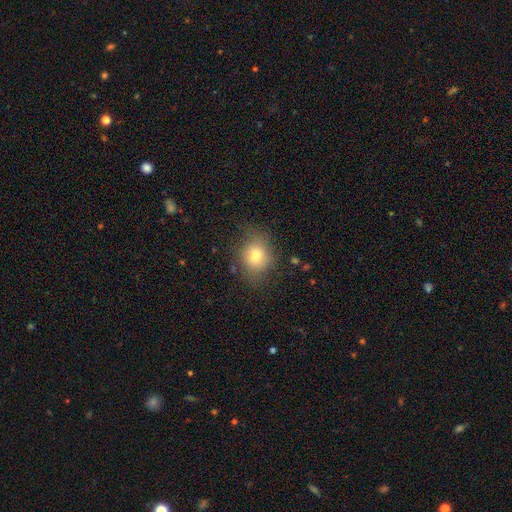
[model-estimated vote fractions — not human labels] A smooth galaxy with no disk features (74%) that is round (61%).

Vote fractions:
- Smooth or featured? smooth: 74% / featured or disk: 14% / star or artifact: 12%
- How rounded? round: 61% / in between: 38% / cigar-shaped: 1%
- Merging? none: 72% / minor disturbance: 19% / major disturbance: 7% / merger: 2%